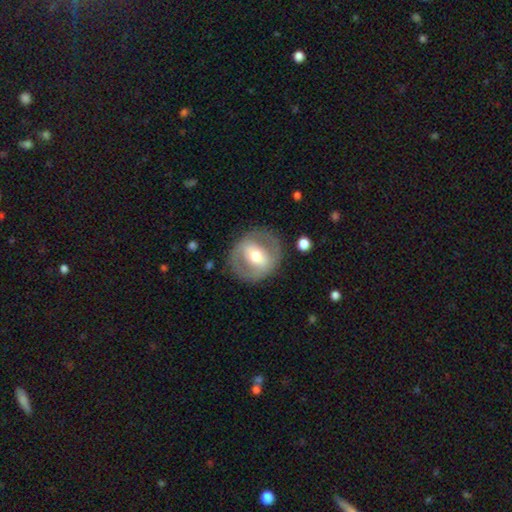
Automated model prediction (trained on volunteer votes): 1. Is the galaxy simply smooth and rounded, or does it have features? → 59% featured or disk, 35% smooth, 6% star or artifact.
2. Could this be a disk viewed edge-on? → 94% no, 6% yes.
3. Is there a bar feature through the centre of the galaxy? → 35% weak, 34% strong, 30% no.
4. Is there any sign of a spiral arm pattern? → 66% no, 34% yes.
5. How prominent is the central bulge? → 69% moderate, 15% large, 13% small, 1% dominant, 1% none.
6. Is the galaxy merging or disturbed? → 80% none, 12% minor disturbance, 7% major disturbance, 1% merger.